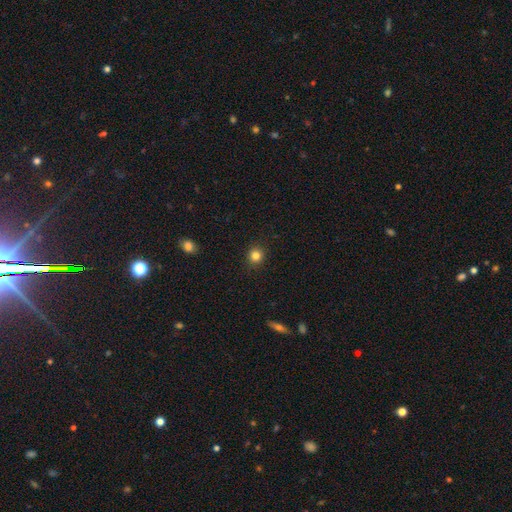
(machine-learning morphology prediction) type=smooth (83%); roundness=round (90%); merging=none (91%).